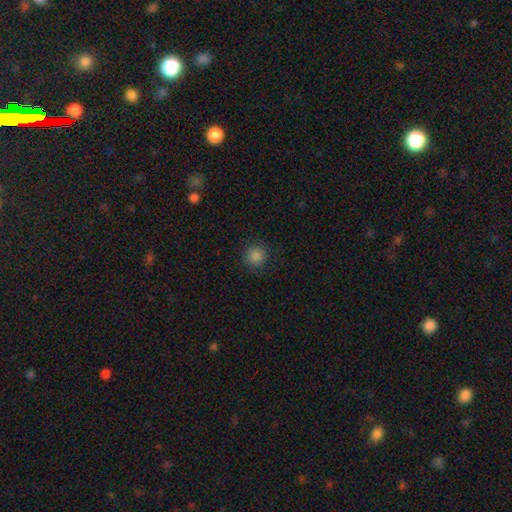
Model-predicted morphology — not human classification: smooth_or_featured: smooth (p=0.85) [alt: star or artifact p=0.12]
how_rounded: round (p=0.93) [alt: in between p=0.06]
merging: none (p=0.90) [alt: minor disturbance p=0.07]